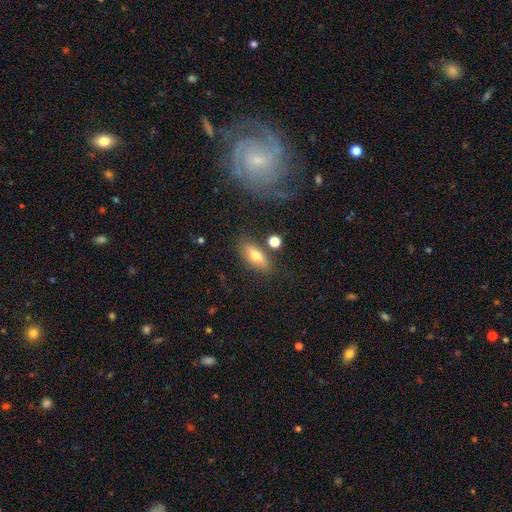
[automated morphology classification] Overall: smooth (72%). How rounded: in between (71%). Merging: none (77%).